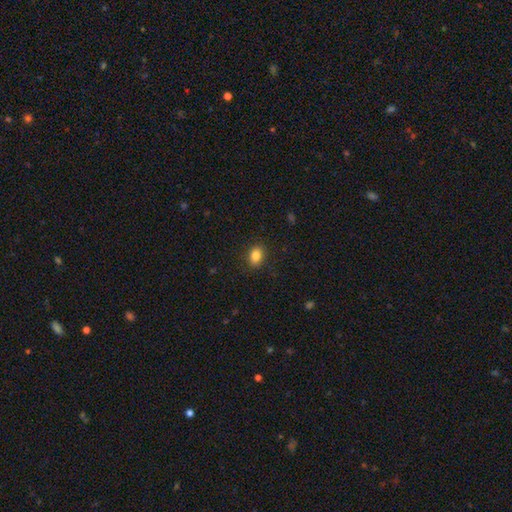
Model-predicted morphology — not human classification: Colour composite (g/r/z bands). It shows a smooth galaxy with no disk features (85%) that is in between round and cigar-shaped (76%). Merging: none (88%).